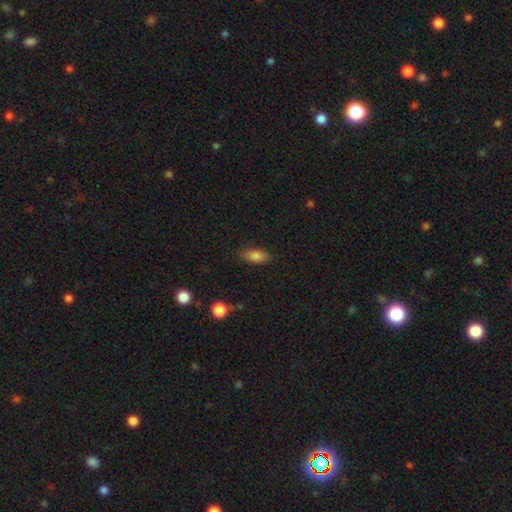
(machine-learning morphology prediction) type=smooth (82%); roundness=in between (86%); merging=none (83%).